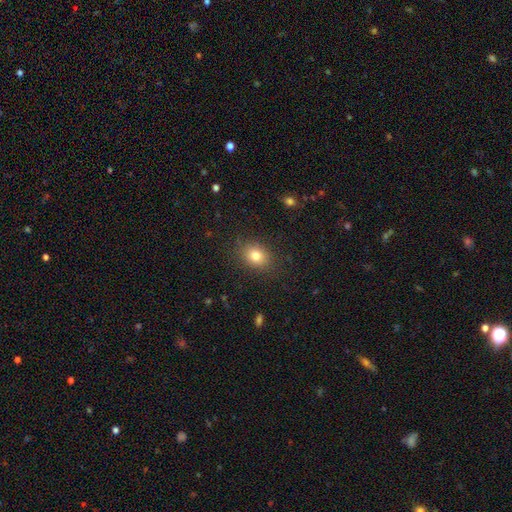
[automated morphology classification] smooth 80%, star or artifact 12%, featured or disk 8%. Down the decision tree: how rounded — in between (51%); merging — none (85%).